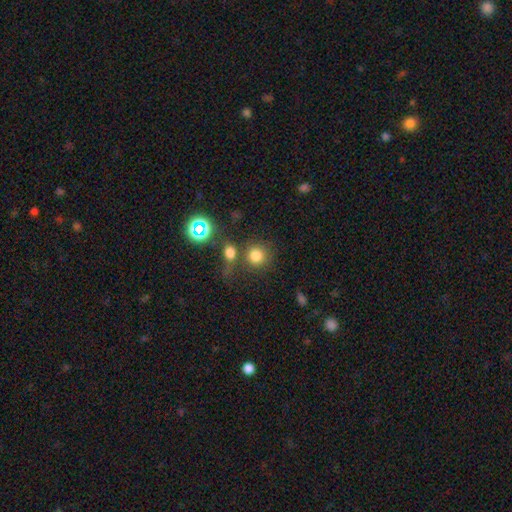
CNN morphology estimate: Smooth or featured?
  - smooth: 76% *
  - star or artifact: 17%
  - featured or disk: 7%
How rounded?
  - round: 89% *
  - in between: 10%
  - cigar-shaped: 1%
Merging?
  - none: 65% *
  - merger: 19%
  - minor disturbance: 10%
  - major disturbance: 6%